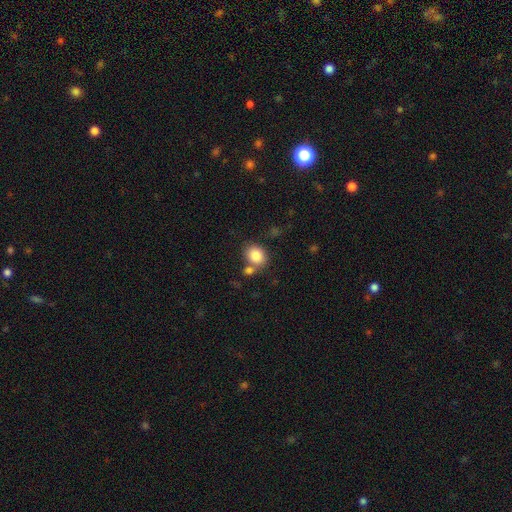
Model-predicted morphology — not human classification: Overall: smooth (85%). How rounded: round (54%; in between 45%). Merging: none (62%).